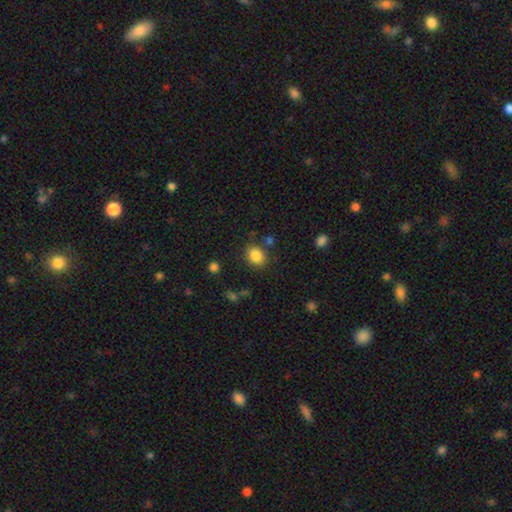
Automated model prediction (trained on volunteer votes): smooth_or_featured: smooth (p=0.86) [alt: star or artifact p=0.10]
how_rounded: round (p=0.61) [alt: in between p=0.38]
merging: none (p=0.79) [alt: minor disturbance p=0.12]